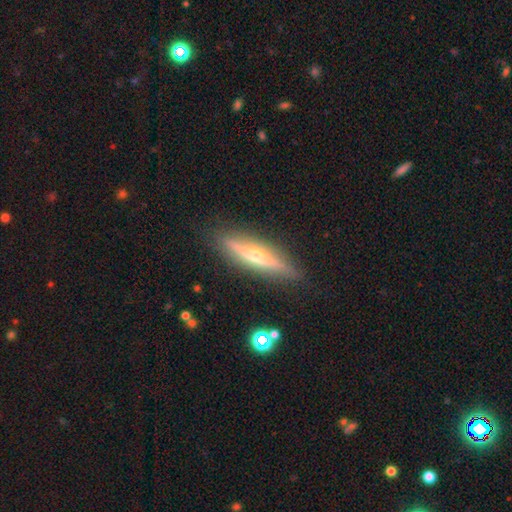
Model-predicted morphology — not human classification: The model was most divided on "smooth or featured": featured or disk: 70%, smooth: 24%, star or artifact: 7%. More confident: edge-on disk — yes (94%); merging — none (87%); edge-on bulge — rounded (81%).